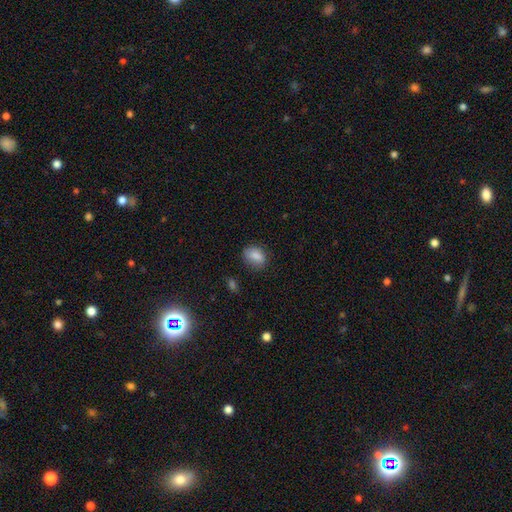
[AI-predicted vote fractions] Smooth or featured: smooth — 85% (star or artifact — 9%)
How rounded: in between — 76% (round — 22%)
Merging: none — 74% (minor disturbance — 19%)